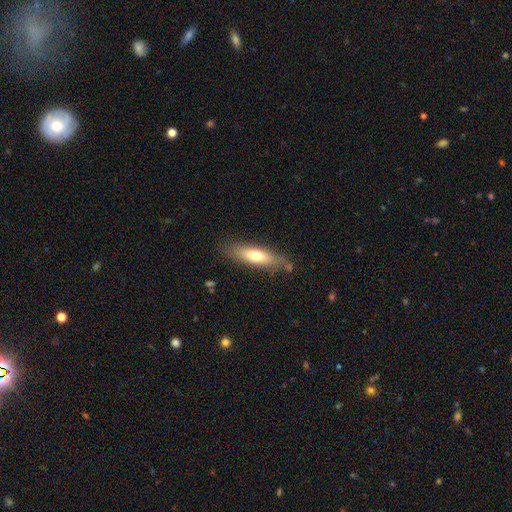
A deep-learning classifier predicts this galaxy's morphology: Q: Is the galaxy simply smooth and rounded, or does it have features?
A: smooth — 63%.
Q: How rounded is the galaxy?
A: cigar-shaped — 59%.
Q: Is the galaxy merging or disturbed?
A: none — 77%.